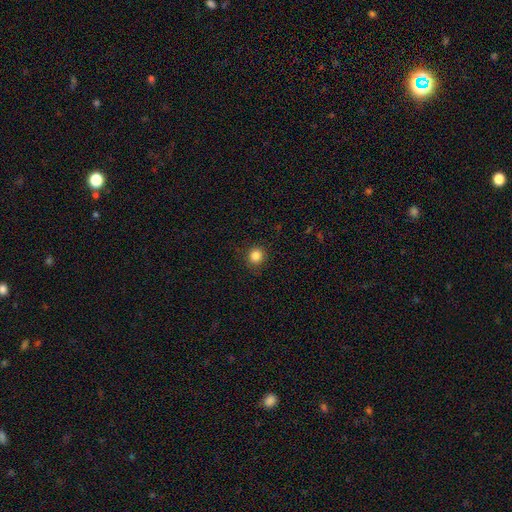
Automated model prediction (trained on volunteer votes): This is clearly a smooth galaxy (84%). How rounded: clearly round (87%). Merging: clearly none (87%).